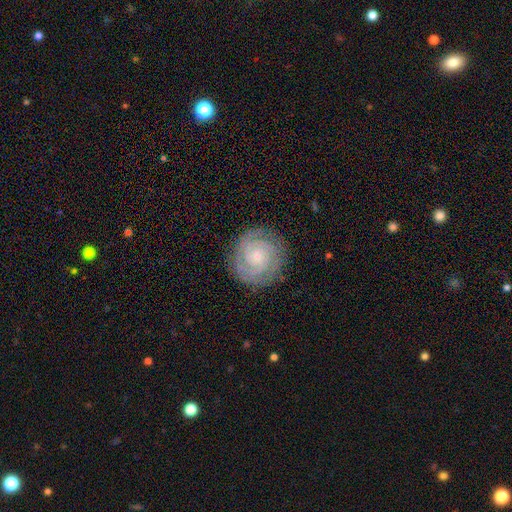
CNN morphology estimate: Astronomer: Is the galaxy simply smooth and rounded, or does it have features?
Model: featured or disk — 89%.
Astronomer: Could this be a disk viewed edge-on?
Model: no — 98%.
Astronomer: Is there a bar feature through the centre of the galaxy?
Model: no — 76%.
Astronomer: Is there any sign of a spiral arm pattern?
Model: yes — 98%.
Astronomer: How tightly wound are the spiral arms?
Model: tight — 86%.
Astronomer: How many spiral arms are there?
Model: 2 — 66%.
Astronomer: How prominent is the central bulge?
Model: small — 82%.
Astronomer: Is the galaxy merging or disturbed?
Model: none — 86%.